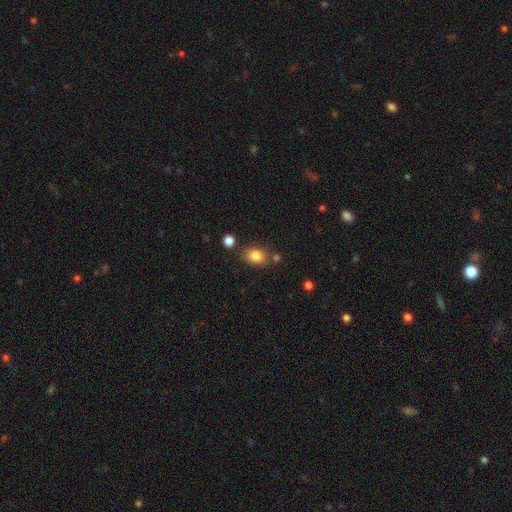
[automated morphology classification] smooth 82%, star or artifact 10%, featured or disk 7%. Down the decision tree: how rounded — in between (66%); merging — none (75%).